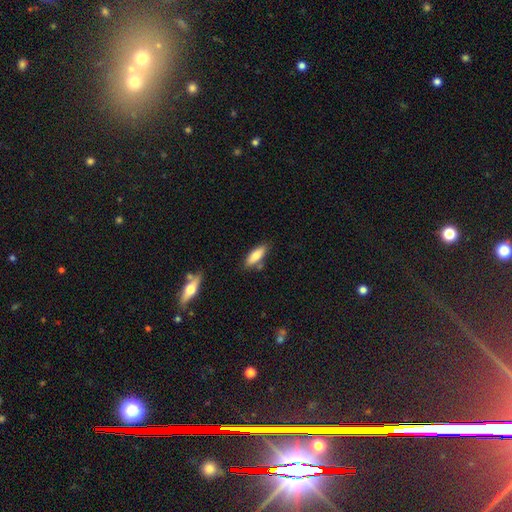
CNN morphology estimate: This appears to be a smooth galaxy with no disk features (79%) that is in between round and cigar-shaped (63%). Merging: none (74%).